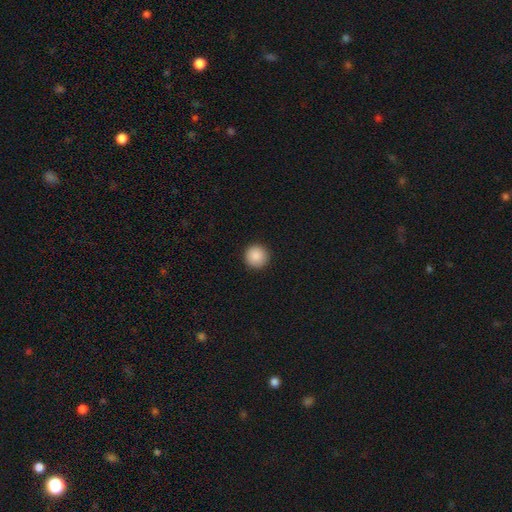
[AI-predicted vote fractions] This appears to be a smooth galaxy with no disk features (89%) that is round (96%). Merging: none (93%).